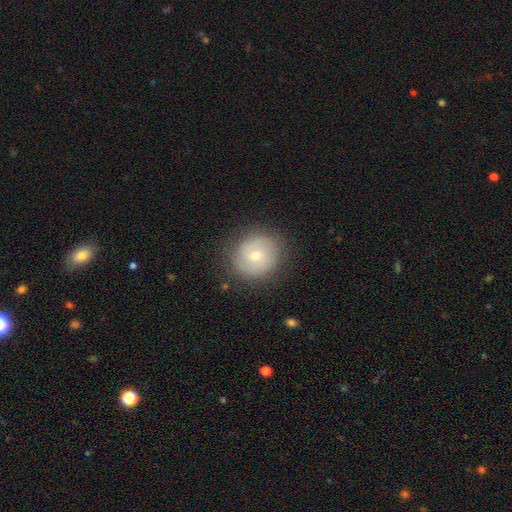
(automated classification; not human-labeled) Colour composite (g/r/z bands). It shows a smooth galaxy with no disk features (53%) that is round (86%). Merging: none (84%).